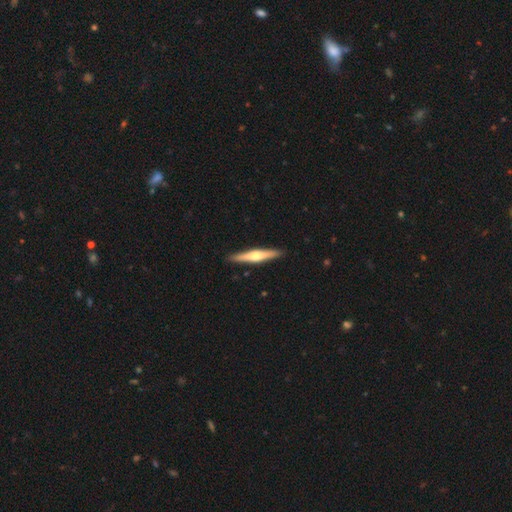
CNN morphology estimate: A featured or disk galaxy (60%) viewed edge-on (97%) with a rounded central bulge (88%). Merging: none (92%).